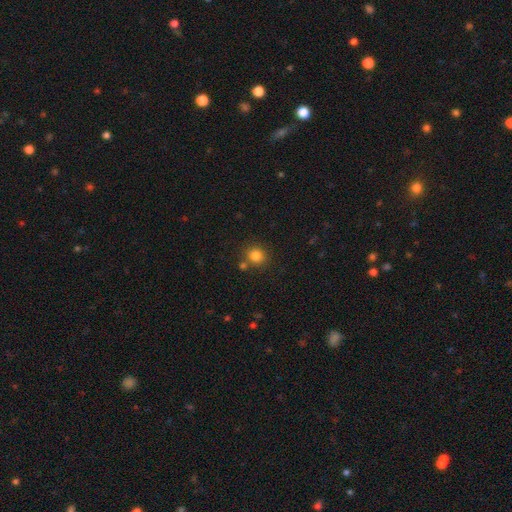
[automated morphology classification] Q: Smooth or featured?
A: smooth (82%); runner-up: star or artifact (12%)
Q: How rounded?
A: round (87%); runner-up: in between (12%)
Q: Merging?
A: none (77%); runner-up: merger (11%)